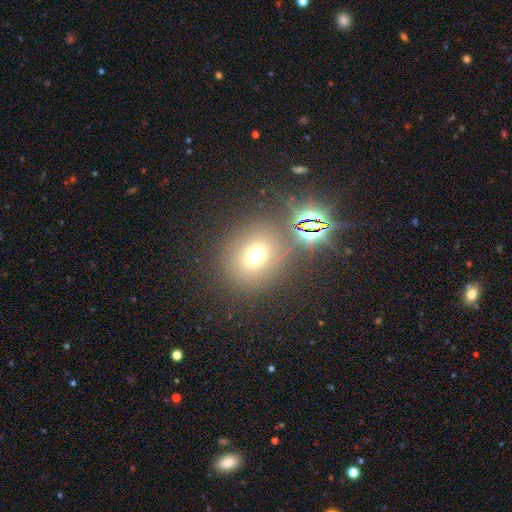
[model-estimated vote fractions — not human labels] Smooth or featured?
  - smooth: 60% *
  - star or artifact: 29%
  - featured or disk: 11%
How rounded?
  - round: 73% *
  - in between: 25%
  - cigar-shaped: 1%
Merging?
  - none: 78% *
  - minor disturbance: 9%
  - merger: 7%
  - major disturbance: 5%